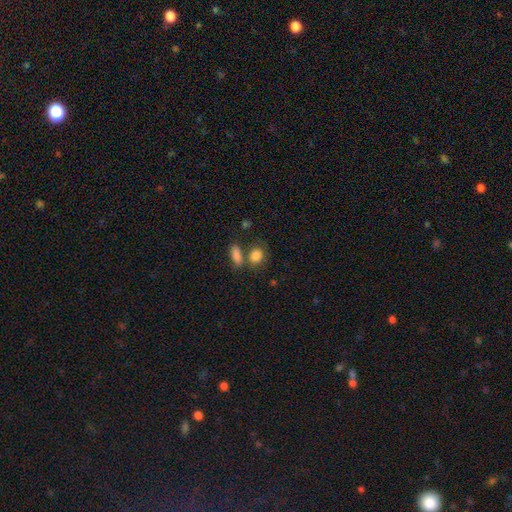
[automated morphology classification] A smooth galaxy with no disk features (85%) that is in between round and cigar-shaped (50%).

Vote fractions:
- Smooth or featured? smooth: 85% / star or artifact: 9% / featured or disk: 6%
- How rounded? in between: 50% / round: 47% / cigar-shaped: 3%
- Merging? none: 54% / merger: 29% / minor disturbance: 13% / major disturbance: 5%